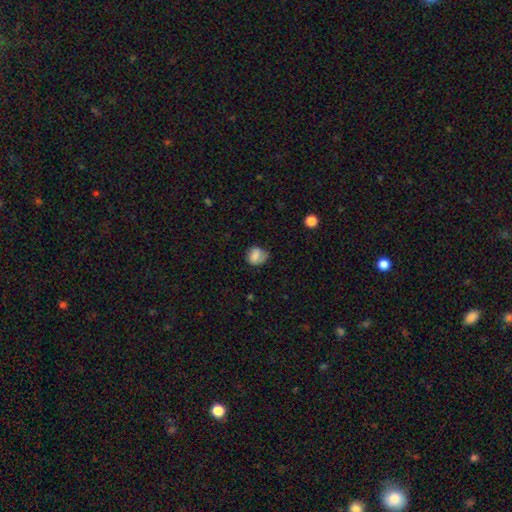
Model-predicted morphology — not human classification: Overall: smooth (73%). How rounded: round (59%; in between 40%). Merging: none (58%; minor disturbance 29%).